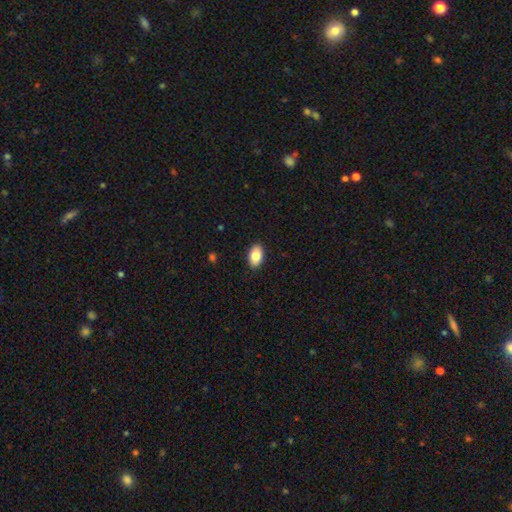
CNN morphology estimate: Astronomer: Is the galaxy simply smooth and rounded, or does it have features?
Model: smooth — 83%.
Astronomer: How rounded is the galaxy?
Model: in between — 91%.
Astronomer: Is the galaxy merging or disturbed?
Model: none — 90%.